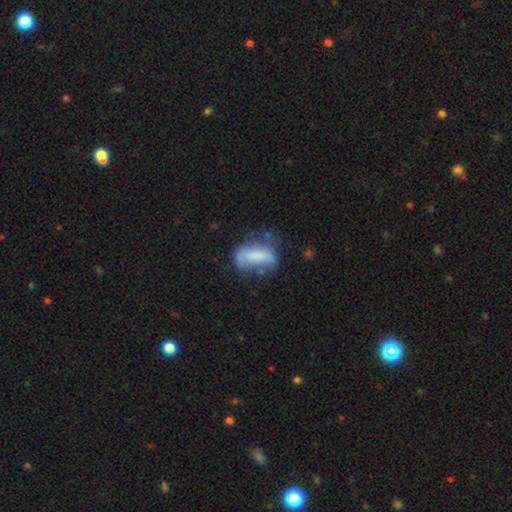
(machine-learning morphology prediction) The model was most divided on "merging": none: 35%, minor disturbance: 30%, major disturbance: 27%, merger: 7%. More confident: how rounded — in between (80%); smooth or featured — smooth (59%).